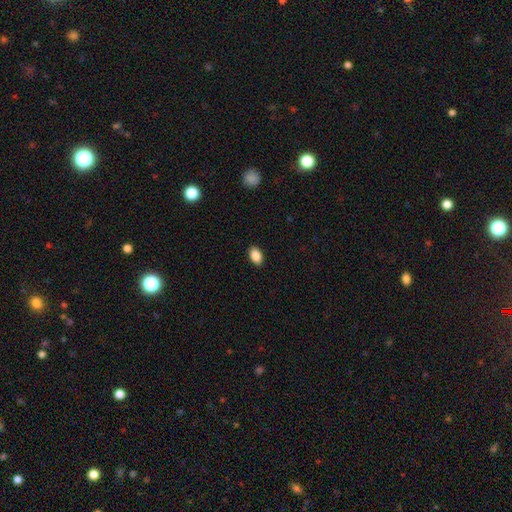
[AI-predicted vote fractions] A smooth galaxy with no disk features (88%) that is in between round and cigar-shaped (89%).

Vote fractions:
- Smooth or featured? smooth: 88% / star or artifact: 8% / featured or disk: 4%
- How rounded? in between: 89% / round: 9% / cigar-shaped: 1%
- Merging? none: 90% / minor disturbance: 8% / major disturbance: 2% / merger: 1%